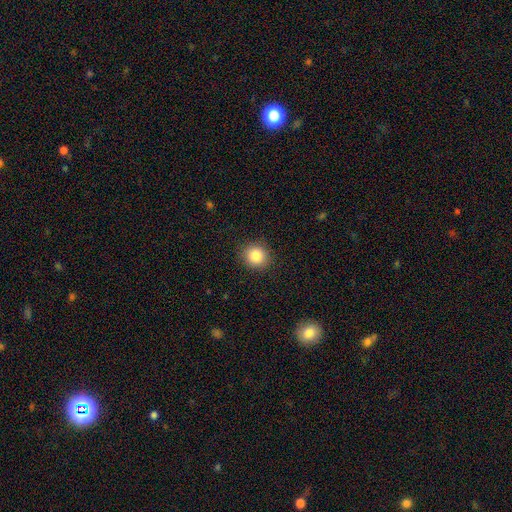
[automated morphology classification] type=smooth (86%); roundness=round (86%); merging=none (90%).